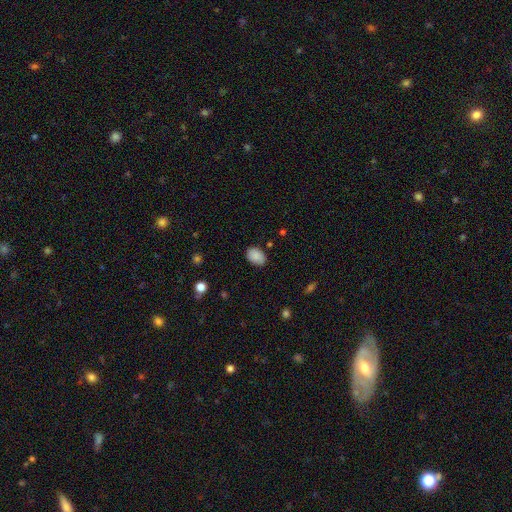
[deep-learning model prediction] A smooth galaxy with no disk features (87%) that is in between round and cigar-shaped (78%). Merging: none (80%).